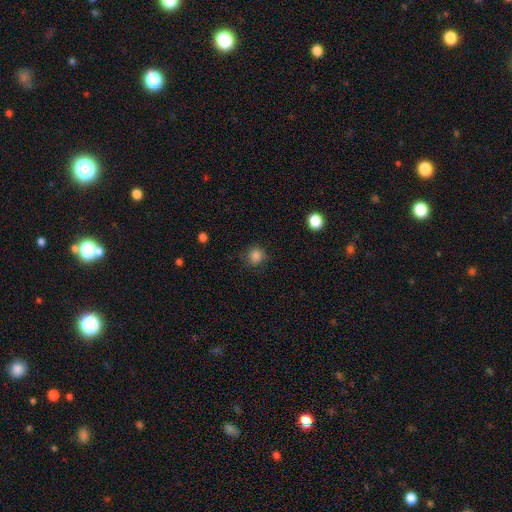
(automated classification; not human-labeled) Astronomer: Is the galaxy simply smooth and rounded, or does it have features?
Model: smooth — 85%.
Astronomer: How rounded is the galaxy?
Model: round — 86%.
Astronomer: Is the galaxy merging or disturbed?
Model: none — 83%.